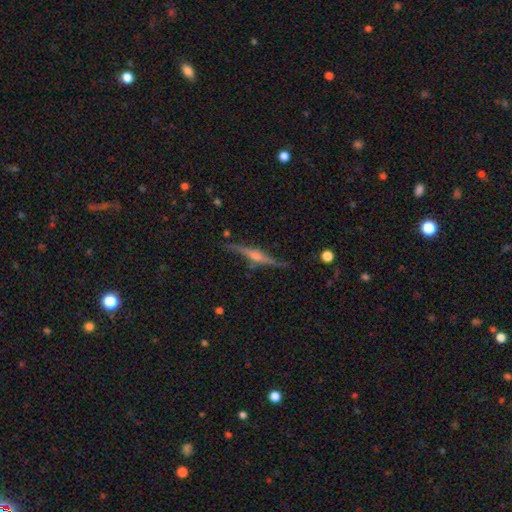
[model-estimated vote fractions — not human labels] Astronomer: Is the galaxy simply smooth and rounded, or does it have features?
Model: featured or disk — 84%.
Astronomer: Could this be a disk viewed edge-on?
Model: yes — 97%.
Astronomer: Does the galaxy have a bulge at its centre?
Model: rounded — 88%.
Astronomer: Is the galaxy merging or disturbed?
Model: none — 83%.